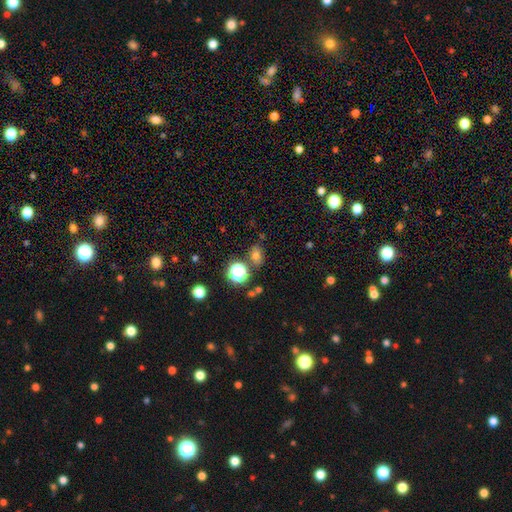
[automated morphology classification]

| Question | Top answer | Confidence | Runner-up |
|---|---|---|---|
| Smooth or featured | smooth | 69% | star or artifact (23%) |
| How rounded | in between | 53% | round (46%) |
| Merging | none | 76% | minor disturbance (12%) |